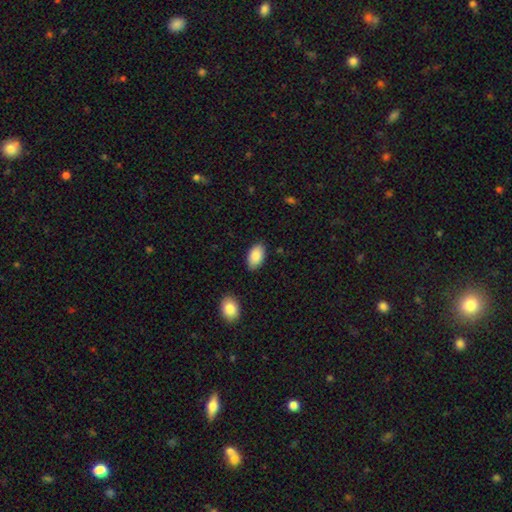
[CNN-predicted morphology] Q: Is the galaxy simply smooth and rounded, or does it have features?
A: smooth — 88%.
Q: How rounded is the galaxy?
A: in between — 94%.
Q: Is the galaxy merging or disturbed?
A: none — 84%.